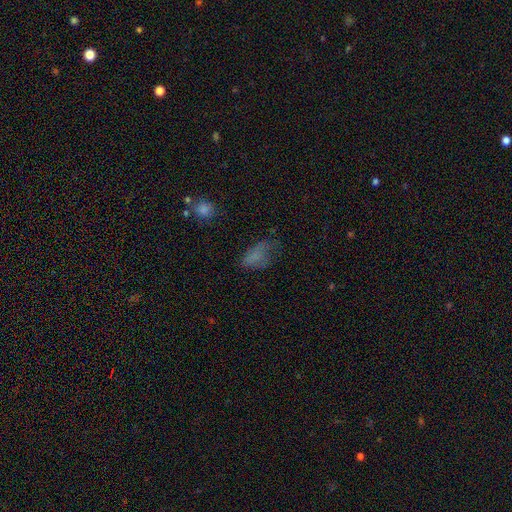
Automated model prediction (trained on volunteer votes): smooth 68%, featured or disk 17%, star or artifact 16%. Down the decision tree: how rounded — in between (86%); merging — none (38%).